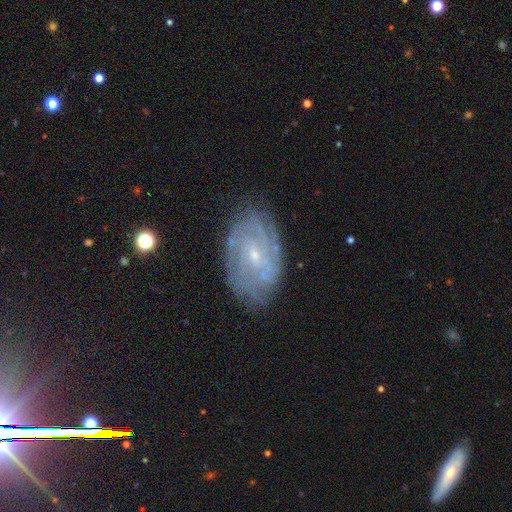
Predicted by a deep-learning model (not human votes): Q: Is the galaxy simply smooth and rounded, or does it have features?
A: featured or disk — 82%.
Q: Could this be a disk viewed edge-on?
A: no — 96%.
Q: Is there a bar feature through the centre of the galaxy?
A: no — 54%.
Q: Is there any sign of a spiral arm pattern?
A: yes — 94%.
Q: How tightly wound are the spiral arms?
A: tight — 72%.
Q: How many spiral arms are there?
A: can't tell — 38%.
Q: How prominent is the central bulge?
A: small — 78%.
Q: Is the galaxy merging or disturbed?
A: none — 77%.